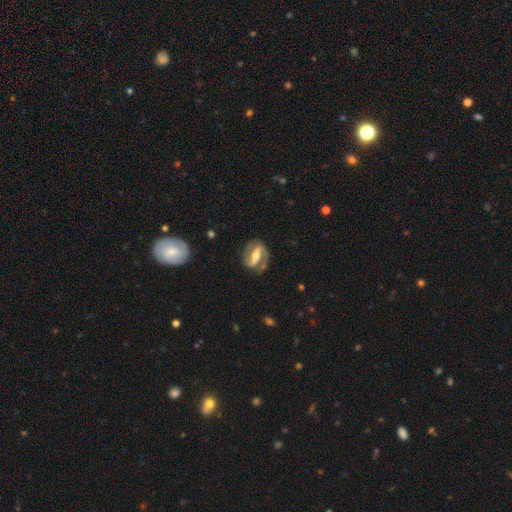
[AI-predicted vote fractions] Overall: featured or disk (87%). Edge-on disk: no (95%). Bar: strong (65%). Spiral arms: yes (93%). Spiral arm count: 2 (91%). Spiral winding: medium (48%; tight 29%). Bulge size: moderate (64%; small 29%). Merging: none (80%).